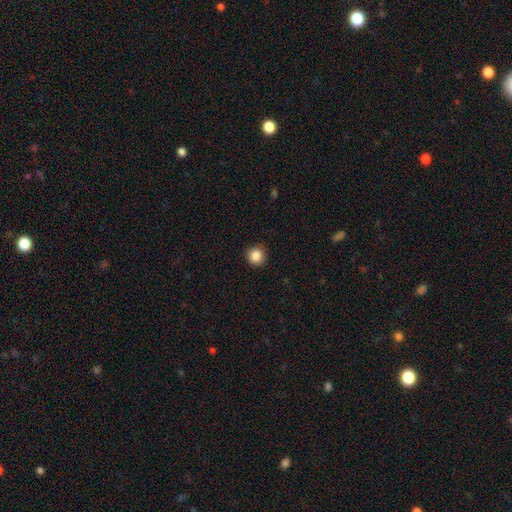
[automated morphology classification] Overall: smooth (86%). How rounded: round (94%). Merging: none (88%).